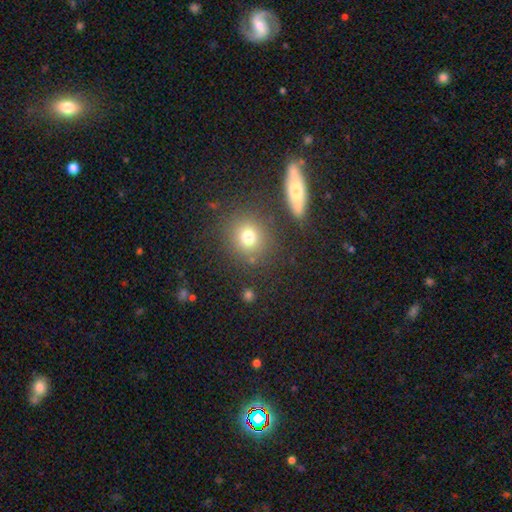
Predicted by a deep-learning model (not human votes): Q: Smooth or featured?
A: smooth (57%); runner-up: star or artifact (27%)
Q: How rounded?
A: round (74%); runner-up: in between (21%)
Q: Merging?
A: none (79%); runner-up: minor disturbance (9%)